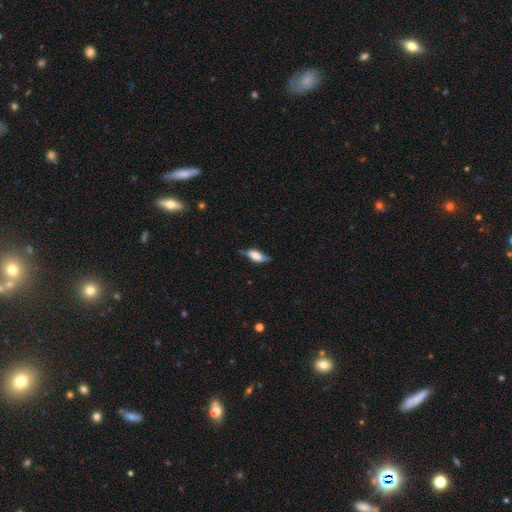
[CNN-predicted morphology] Smooth or featured? smooth (50%)
How rounded? in between (69%)
Merging? none (66%)